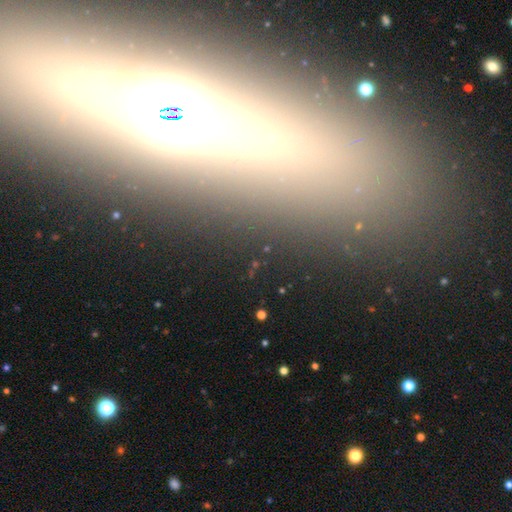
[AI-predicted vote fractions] featured or disk 57%, star or artifact 22%, smooth 21%. Down the decision tree: edge-on disk — yes (82%); merging — none (85%).